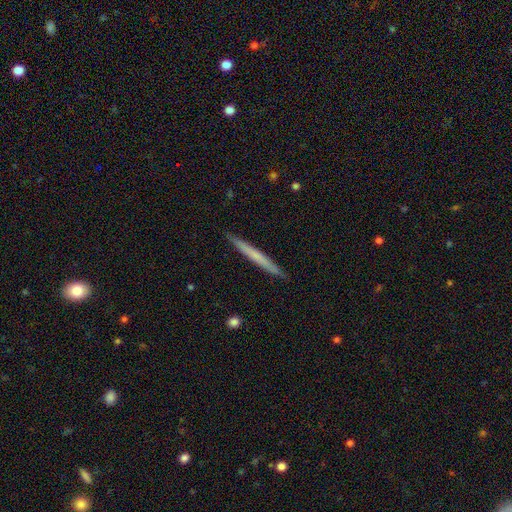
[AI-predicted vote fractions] This appears to be a smooth galaxy with no disk features (54%) that is cigar-shaped (97%). Merging: none (92%).